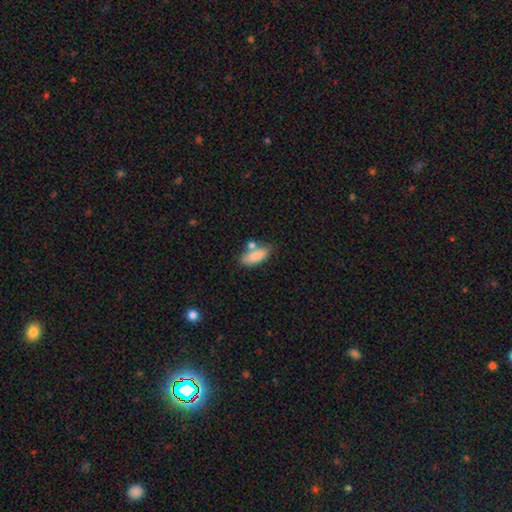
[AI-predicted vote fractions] smooth-or-featured: smooth: 84% | featured or disk: 10% | star or artifact: 7%
  how-rounded: in between: 80% | cigar-shaped: 17% | round: 3%
  merging: none: 57% | merger: 21% | minor disturbance: 17% | major disturbance: 5%